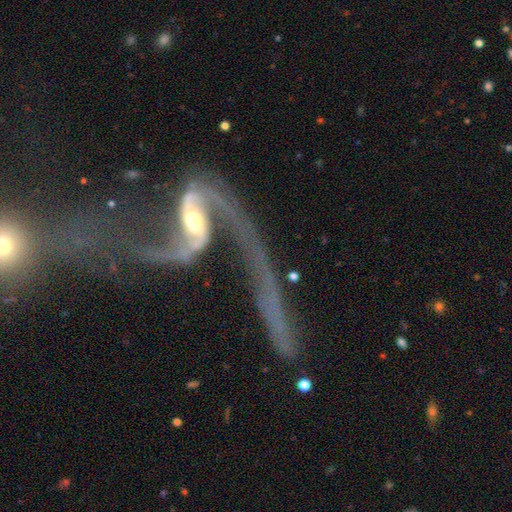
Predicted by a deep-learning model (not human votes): This appears to be a featured or disk galaxy (88%) with a weak bar (35%), 2 (87%) loose (81%) spiral arms (90%) and a moderate central bulge (53%). Merging: major disturbance (37%).